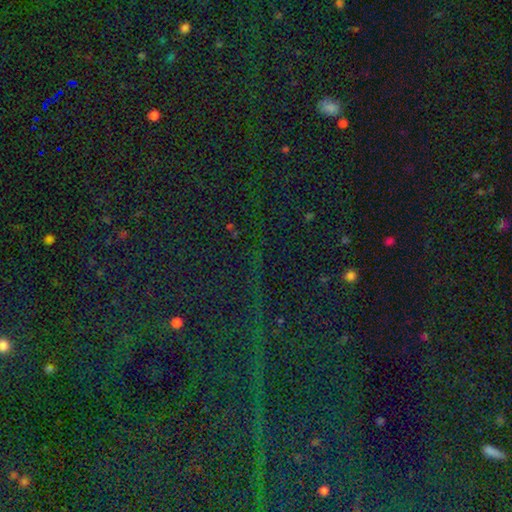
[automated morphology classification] Q: Smooth or featured?
A: star or artifact (83%); runner-up: smooth (10%)